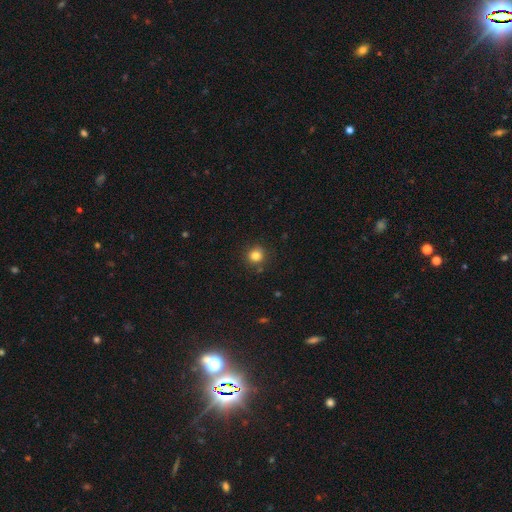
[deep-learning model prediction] Q: Smooth or featured?
A: smooth (83%); runner-up: star or artifact (12%)
Q: How rounded?
A: round (89%); runner-up: in between (10%)
Q: Merging?
A: none (87%); runner-up: minor disturbance (8%)